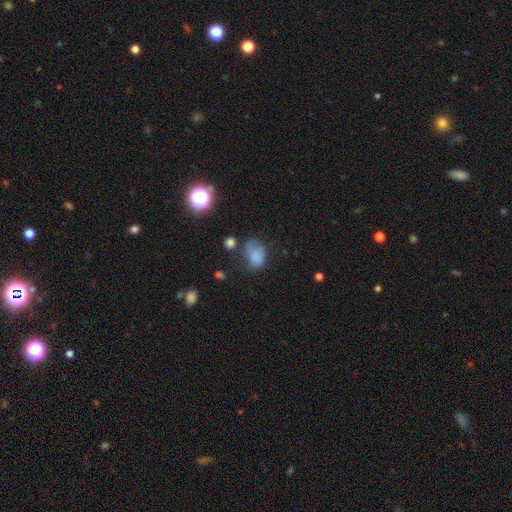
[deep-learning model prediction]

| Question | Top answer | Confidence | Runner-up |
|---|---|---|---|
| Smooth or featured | smooth | 74% | star or artifact (13%) |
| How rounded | in between | 75% | round (23%) |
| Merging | none | 37% | minor disturbance (32%) |